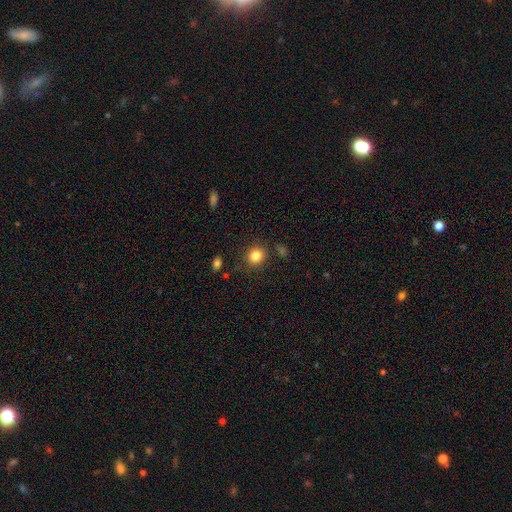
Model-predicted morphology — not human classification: Overall: smooth (83%). How rounded: round (84%). Merging: none (86%).